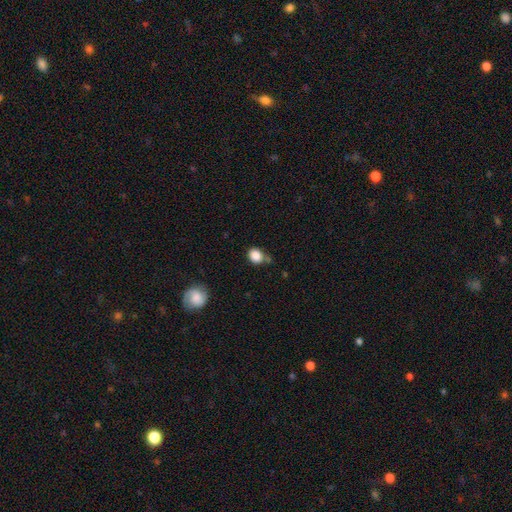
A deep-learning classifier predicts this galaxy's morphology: Q: Smooth or featured?
A: smooth (86%); runner-up: star or artifact (9%)
Q: How rounded?
A: round (60%); runner-up: in between (39%)
Q: Merging?
A: none (58%); runner-up: minor disturbance (26%)